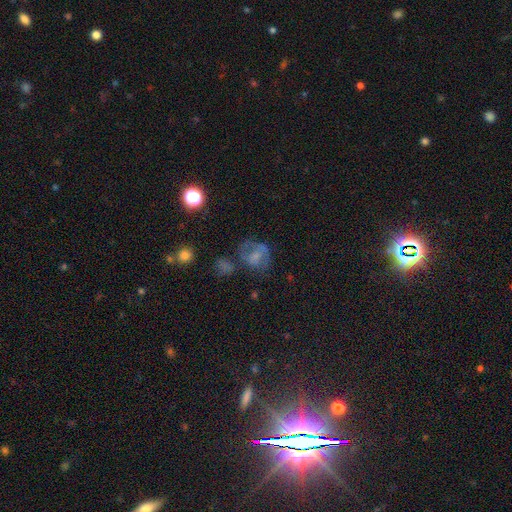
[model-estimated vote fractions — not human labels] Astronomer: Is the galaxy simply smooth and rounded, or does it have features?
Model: smooth — 48% (runner-up: featured or disk, 34%).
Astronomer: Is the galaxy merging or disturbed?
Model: none — 44% (runner-up: major disturbance, 25%).